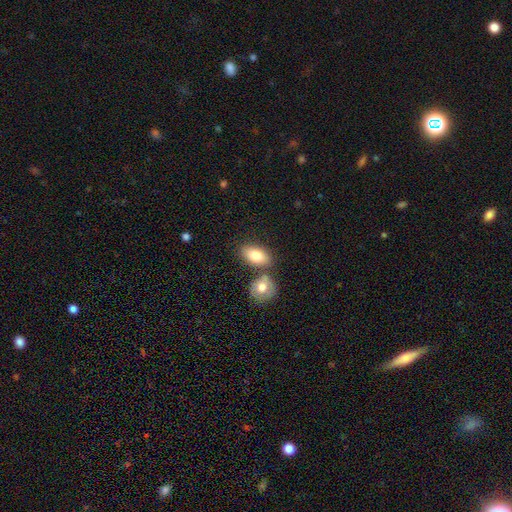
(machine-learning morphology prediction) This appears to be a smooth galaxy with no disk features (78%) that is in between round and cigar-shaped (88%). Merging: none (59%).